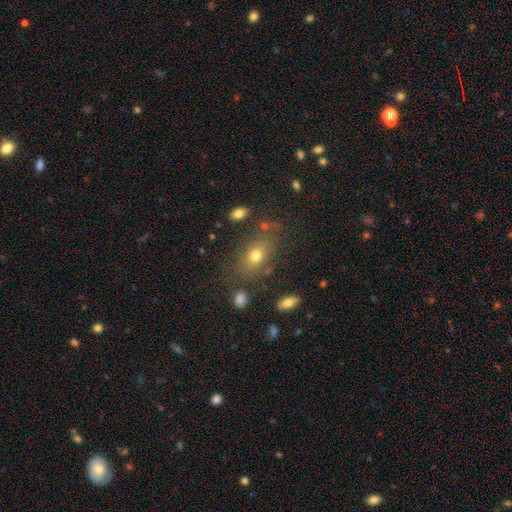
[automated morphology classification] smooth-or-featured: smooth: 69% | featured or disk: 16% | star or artifact: 15%
  how-rounded: in between: 78% | round: 18% | cigar-shaped: 4%
  merging: none: 73% | minor disturbance: 15% | major disturbance: 6% | merger: 6%